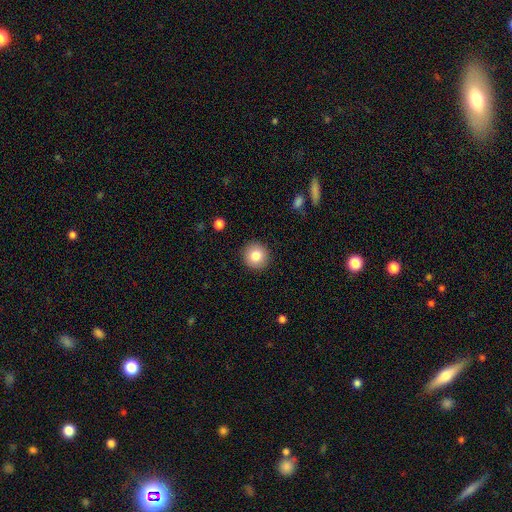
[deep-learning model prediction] Smooth or featured: smooth — 82% (star or artifact — 9%)
How rounded: round — 93% (in between — 6%)
Merging: none — 92% (minor disturbance — 6%)